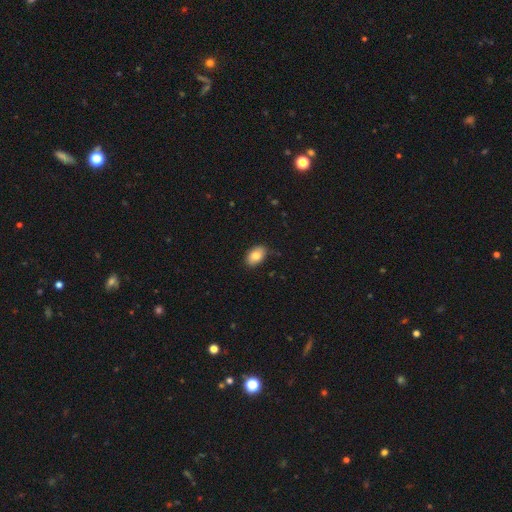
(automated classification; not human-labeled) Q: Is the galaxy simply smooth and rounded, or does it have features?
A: smooth — 82%.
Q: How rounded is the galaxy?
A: in between — 89%.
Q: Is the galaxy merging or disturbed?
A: none — 83%.